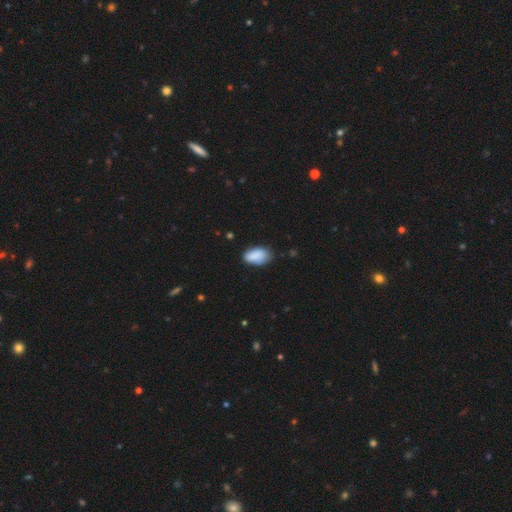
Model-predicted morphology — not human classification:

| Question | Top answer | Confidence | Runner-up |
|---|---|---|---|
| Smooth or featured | smooth | 87% | star or artifact (7%) |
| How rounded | in between | 94% | round (4%) |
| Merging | none | 67% | minor disturbance (26%) |